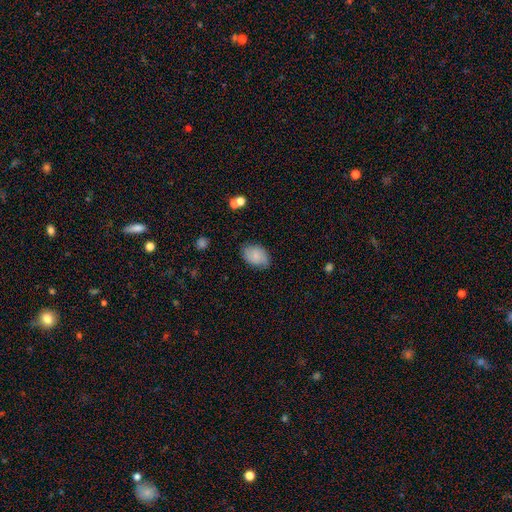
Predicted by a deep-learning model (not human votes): A smooth galaxy with no disk features (71%) that is in between round and cigar-shaped (85%).

Vote fractions:
- Smooth or featured? smooth: 71% / featured or disk: 21% / star or artifact: 8%
- How rounded? in between: 85% / round: 14% / cigar-shaped: 1%
- Merging? none: 77% / minor disturbance: 18% / major disturbance: 4% / merger: 1%